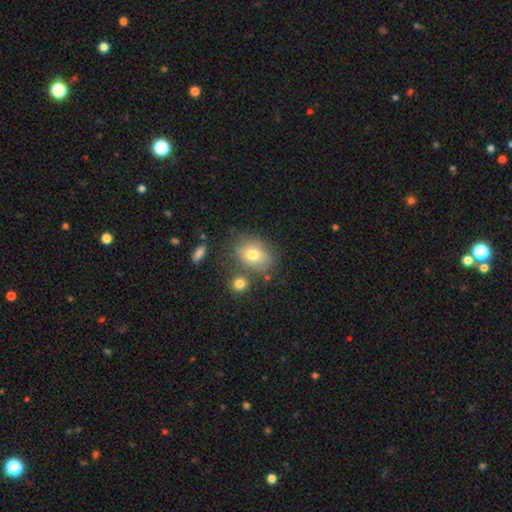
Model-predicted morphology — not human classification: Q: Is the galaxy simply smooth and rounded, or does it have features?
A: smooth — 63%.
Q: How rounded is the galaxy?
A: in between — 50%.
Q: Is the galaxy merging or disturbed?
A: none — 73%.